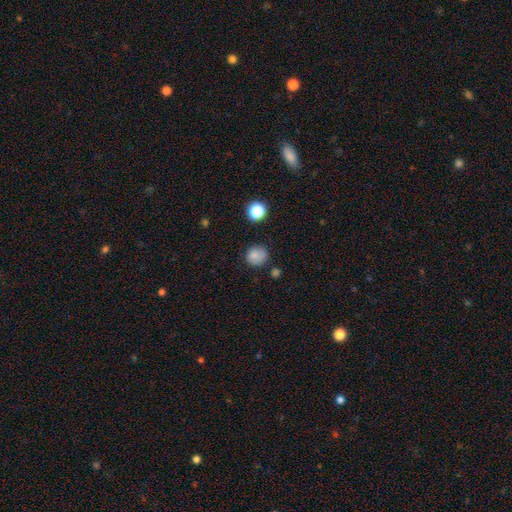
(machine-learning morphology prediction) smooth 81%, star or artifact 12%, featured or disk 7%. Down the decision tree: how rounded — round (82%); merging — none (72%).